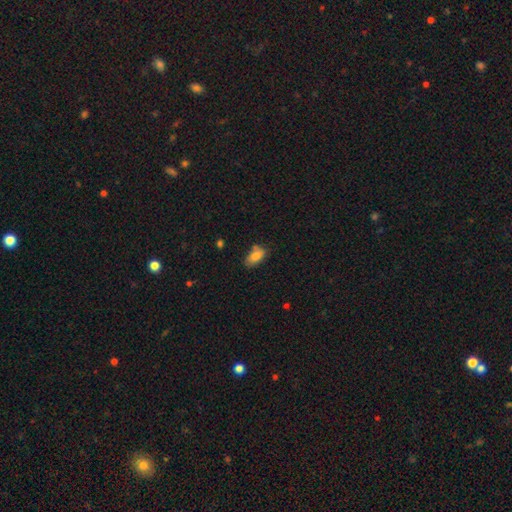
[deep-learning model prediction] Morphology: type=smooth (81%); roundness=in between (91%); merging=none (63%).